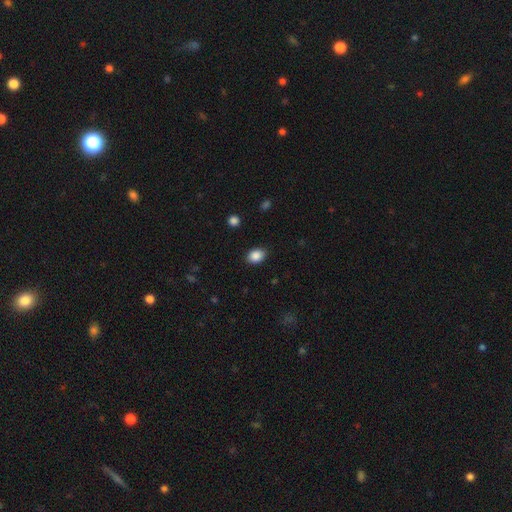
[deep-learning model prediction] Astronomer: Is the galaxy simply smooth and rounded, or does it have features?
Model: smooth — 88%.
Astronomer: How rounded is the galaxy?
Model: in between — 71%.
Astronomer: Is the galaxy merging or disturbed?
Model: none — 87%.